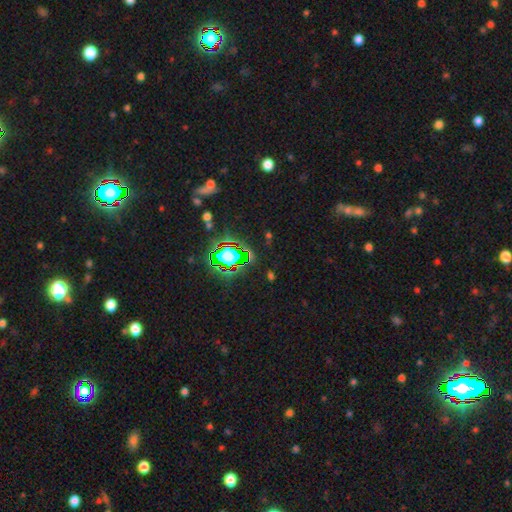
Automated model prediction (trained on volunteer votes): Morphology: type=star or artifact (78%).